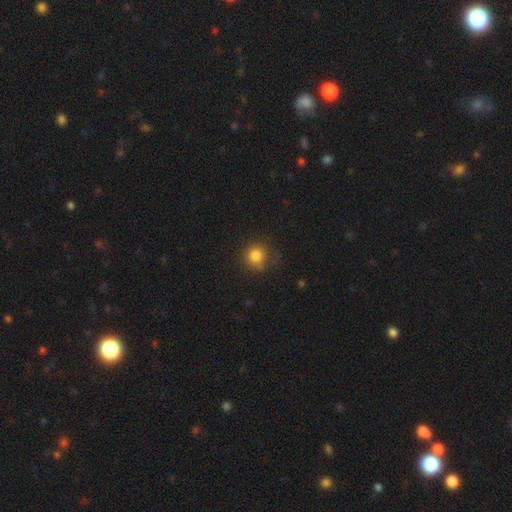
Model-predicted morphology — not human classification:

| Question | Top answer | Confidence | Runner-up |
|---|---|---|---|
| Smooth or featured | smooth | 83% | star or artifact (11%) |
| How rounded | round | 90% | in between (10%) |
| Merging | none | 68% | minor disturbance (21%) |